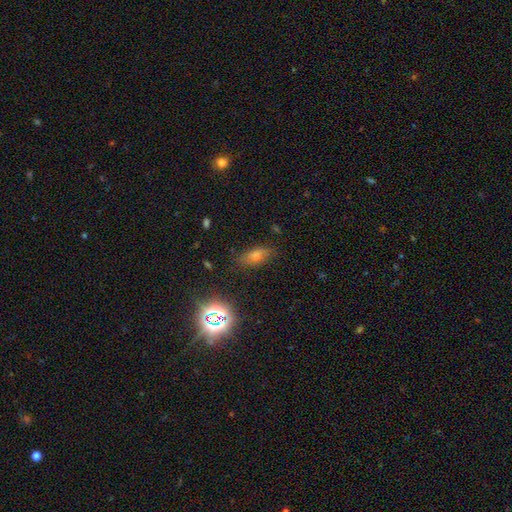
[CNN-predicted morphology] A smooth galaxy with no disk features (72%) that is in between round and cigar-shaped (82%). Merging: none (75%).